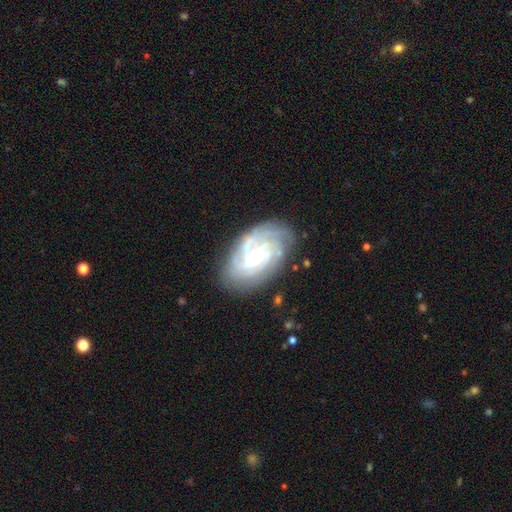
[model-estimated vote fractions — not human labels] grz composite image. It shows a featured or disk galaxy (86%) with no bar (58%), tight (70%) spiral arms (97%) and a small central bulge (65%). Merging: none (77%).